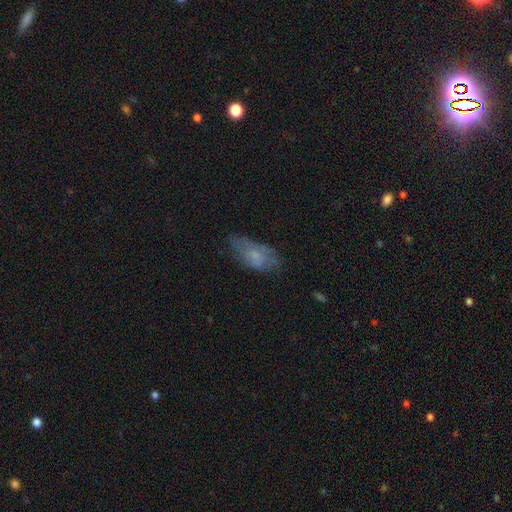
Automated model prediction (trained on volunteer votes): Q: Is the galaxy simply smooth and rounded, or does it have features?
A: smooth — 59%.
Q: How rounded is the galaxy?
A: in between — 88%.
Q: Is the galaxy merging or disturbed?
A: none — 50%.